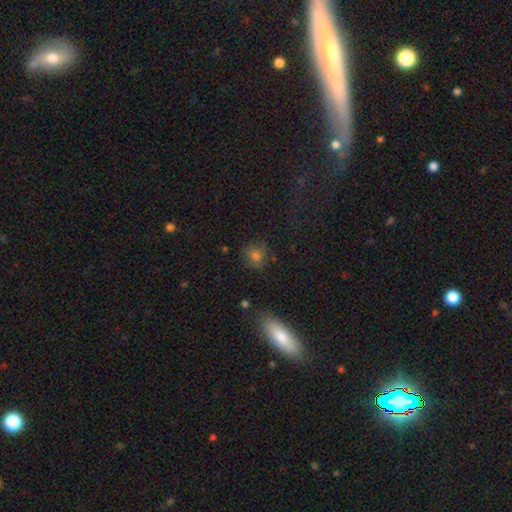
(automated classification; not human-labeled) Smooth or featured? smooth (72%)
How rounded? round (81%)
Merging? none (77%)